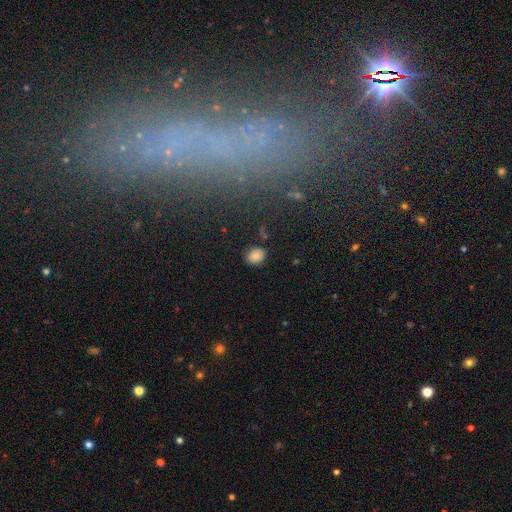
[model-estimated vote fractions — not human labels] Smooth or featured? Predicted: smooth (p=0.81). How rounded? Predicted: round (p=0.52). Merging? Predicted: none (p=0.80).